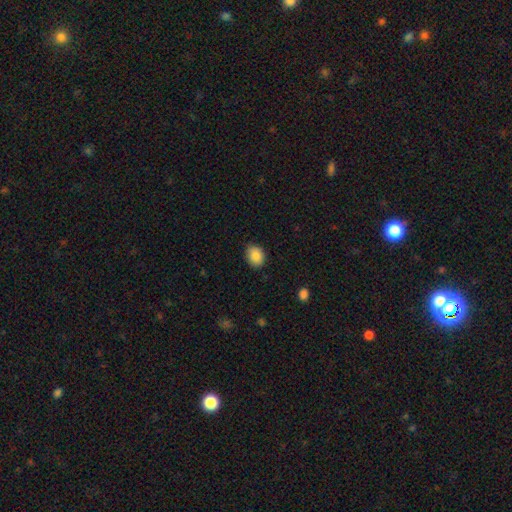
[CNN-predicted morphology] smooth 88%, star or artifact 8%, featured or disk 4%. Down the decision tree: how rounded — in between (54%); merging — none (85%).